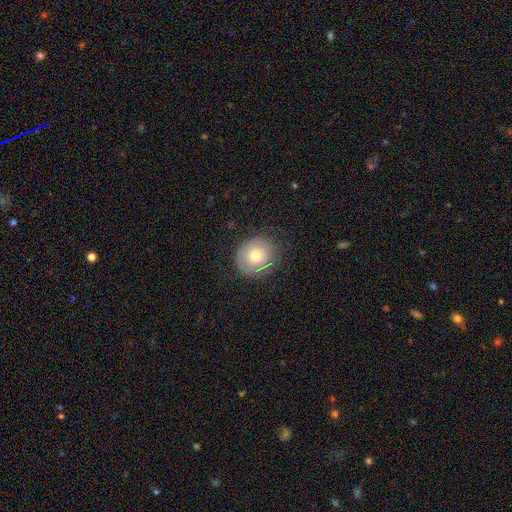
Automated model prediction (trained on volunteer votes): smooth_or_featured: smooth (p=0.61) [alt: featured or disk p=0.31]
how_rounded: round (p=0.77) [alt: in between p=0.22]
merging: none (p=0.79) [alt: minor disturbance p=0.15]